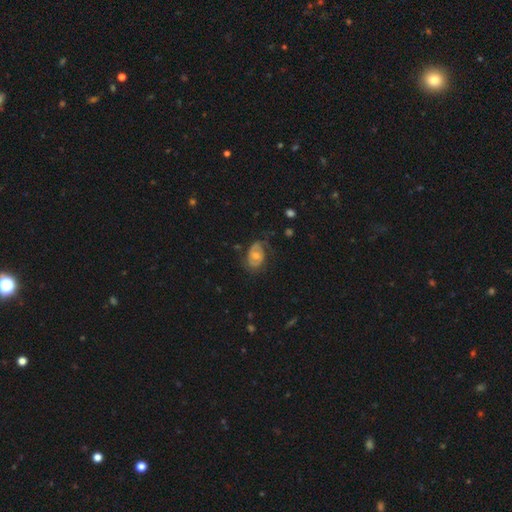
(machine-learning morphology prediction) Smooth or featured? Predicted: featured or disk (p=0.64). Edge-on disk? Predicted: no (p=0.96). Bar? Predicted: no (p=0.61). Spiral arms? Predicted: yes (p=0.79). Bulge size? Predicted: moderate (p=0.55). Merging? Predicted: none (p=0.56).